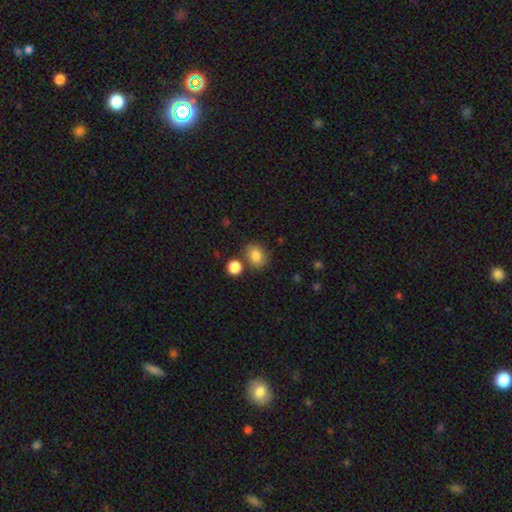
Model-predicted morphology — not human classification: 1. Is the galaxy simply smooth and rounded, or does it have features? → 85% smooth, 9% star or artifact, 5% featured or disk.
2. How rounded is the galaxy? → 54% in between, 45% round, 1% cigar-shaped.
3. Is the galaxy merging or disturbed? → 70% none, 13% merger, 13% minor disturbance, 4% major disturbance.